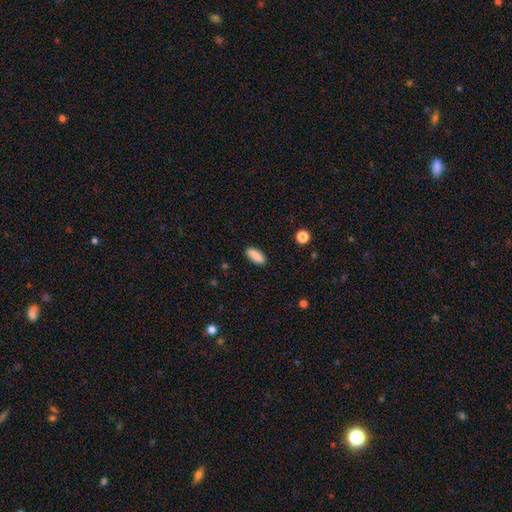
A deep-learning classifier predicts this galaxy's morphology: This is clearly a smooth galaxy (89%). How rounded: likely in between (80%). Merging: clearly none (88%).